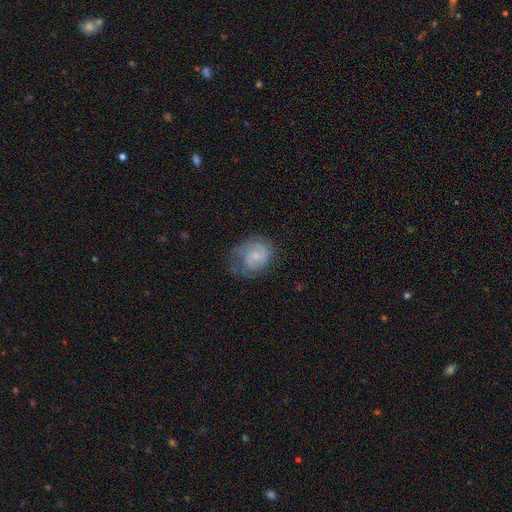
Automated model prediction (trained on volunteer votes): This appears to be a featured or disk galaxy (58%) with no bar (65%), spiral arms (83%) and a small central bulge (58%). Merging: none (51%).